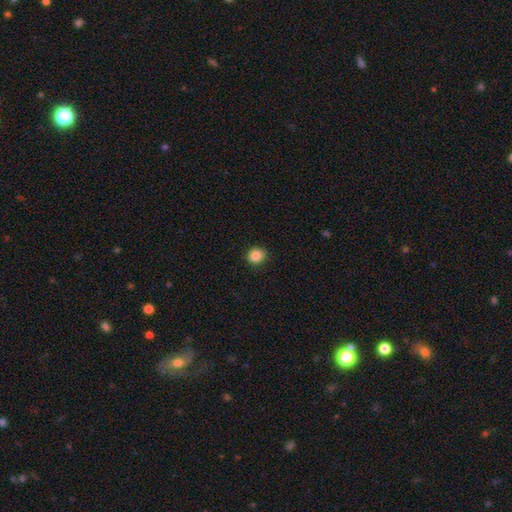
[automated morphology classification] type=smooth (86%); roundness=round (84%); merging=none (89%).